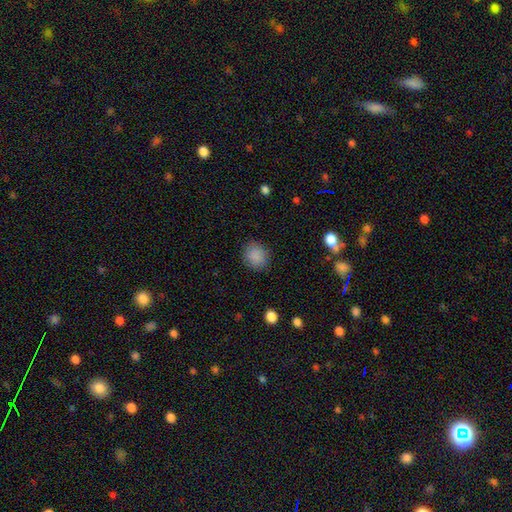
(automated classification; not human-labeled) Smooth or featured? Predicted: smooth (p=0.87). How rounded? Predicted: round (p=0.78). Merging? Predicted: none (p=0.86).